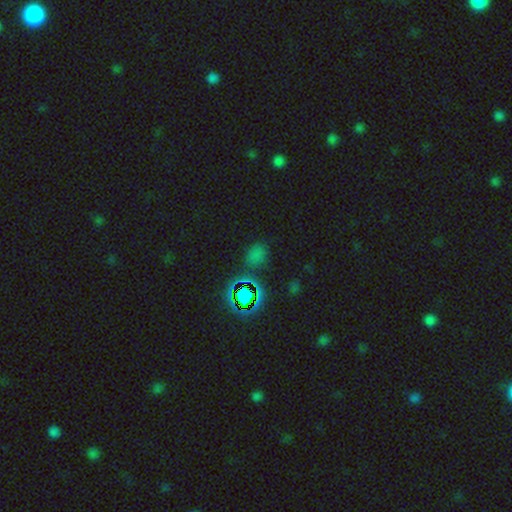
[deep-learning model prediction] Smooth or featured? star or artifact (49%)